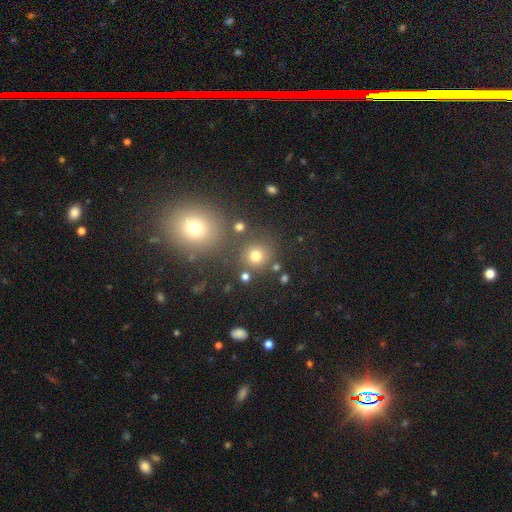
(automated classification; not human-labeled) Morphology: type=smooth (74%); roundness=round (90%); merging=none (77%).